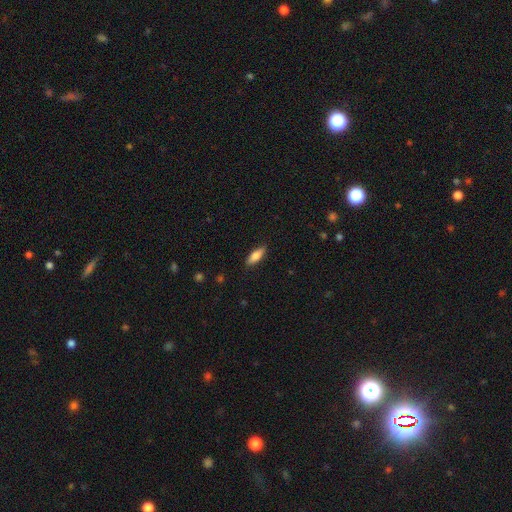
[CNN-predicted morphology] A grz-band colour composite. It shows a smooth galaxy with no disk features (74%) that is in between round and cigar-shaped (61%). Merging: none (87%).